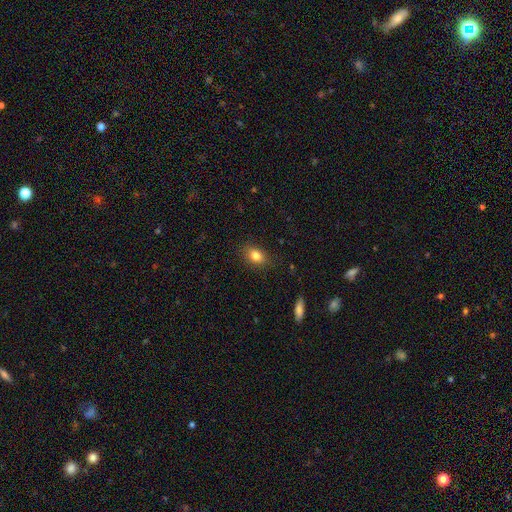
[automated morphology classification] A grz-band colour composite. It shows a smooth galaxy with no disk features (82%) that is in between round and cigar-shaped (75%). Merging: none (83%).